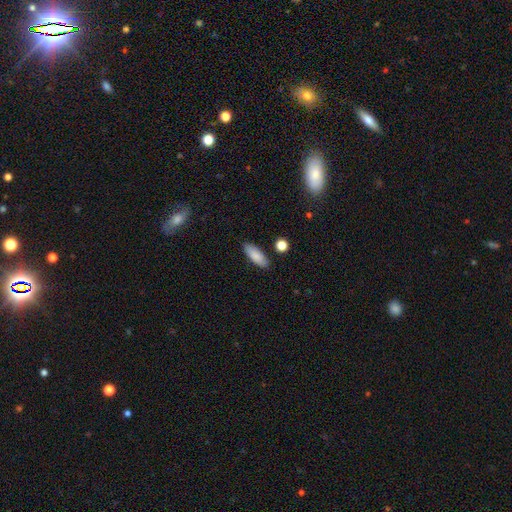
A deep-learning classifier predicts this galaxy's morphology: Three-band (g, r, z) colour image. It shows a smooth galaxy with no disk features (85%) that is in between round and cigar-shaped (73%). Merging: none (86%).